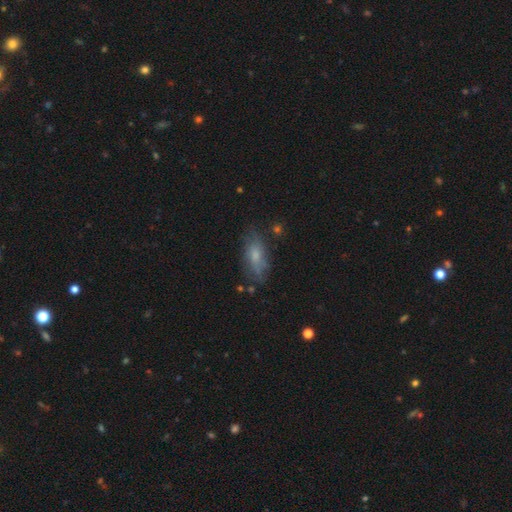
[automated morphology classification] Smooth or featured? Predicted: smooth (p=0.56). How rounded? Predicted: in between (p=0.76). Merging? Predicted: none (p=0.65).